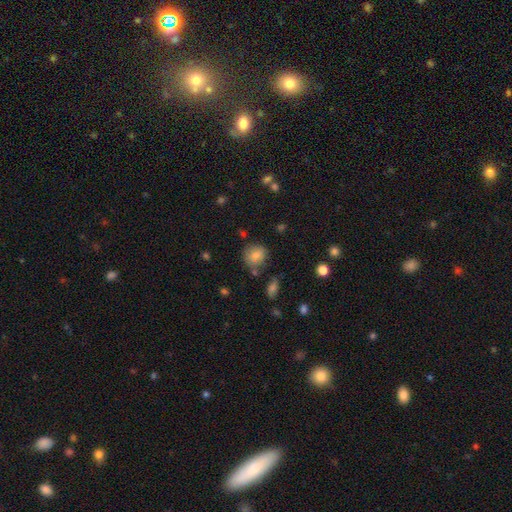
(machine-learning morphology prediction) Q: Smooth or featured?
A: smooth (82%); runner-up: star or artifact (10%)
Q: How rounded?
A: round (79%); runner-up: in between (20%)
Q: Merging?
A: none (70%); runner-up: minor disturbance (18%)